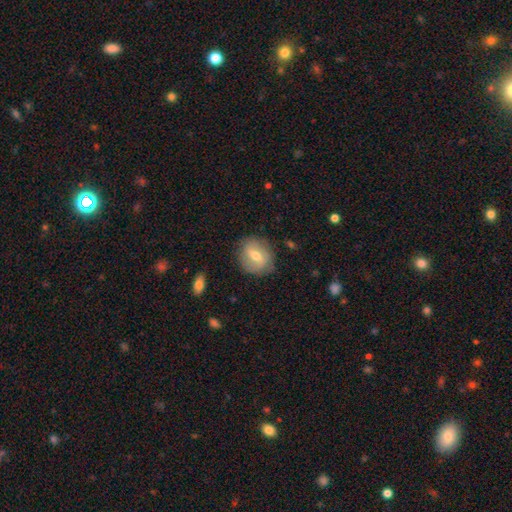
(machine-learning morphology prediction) Overall: smooth (48%; featured or disk 45%). Merging: none (79%).